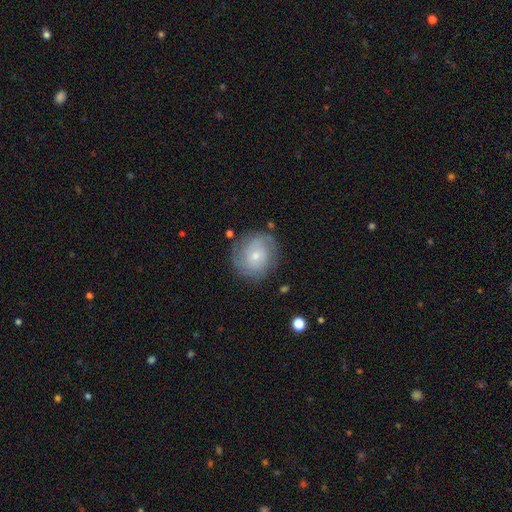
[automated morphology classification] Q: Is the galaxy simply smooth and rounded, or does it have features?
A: featured or disk — 56%.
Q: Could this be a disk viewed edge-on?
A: no — 97%.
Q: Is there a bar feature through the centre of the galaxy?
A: no — 73%.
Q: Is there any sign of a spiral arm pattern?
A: yes — 82%.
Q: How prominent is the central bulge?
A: small — 65%.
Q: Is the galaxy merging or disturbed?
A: none — 76%.